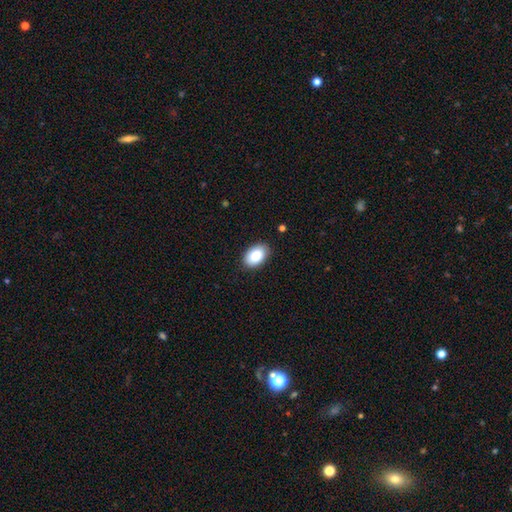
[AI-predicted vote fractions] Smooth or featured? smooth (87%)
How rounded? in between (91%)
Merging? none (88%)